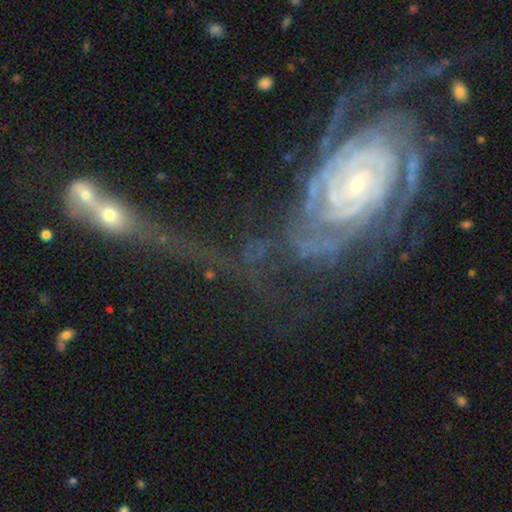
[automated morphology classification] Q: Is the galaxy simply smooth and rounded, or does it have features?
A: featured or disk — 84%.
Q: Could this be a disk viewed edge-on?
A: no — 94%.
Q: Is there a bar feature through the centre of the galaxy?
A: no — 65%.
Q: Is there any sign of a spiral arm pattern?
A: yes — 95%.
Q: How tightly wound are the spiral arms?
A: tight — 75%.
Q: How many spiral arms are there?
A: can't tell — 29%.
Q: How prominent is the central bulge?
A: small — 77%.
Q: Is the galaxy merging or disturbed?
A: none — 43%.